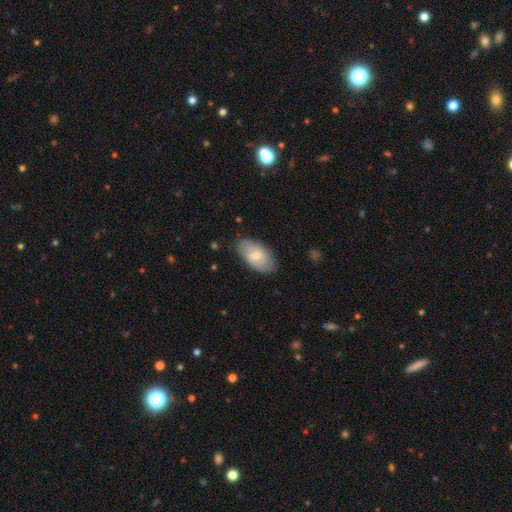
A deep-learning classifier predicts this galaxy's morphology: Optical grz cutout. It shows a smooth galaxy with no disk features (68%) that is in between round and cigar-shaped (94%). Merging: none (80%).